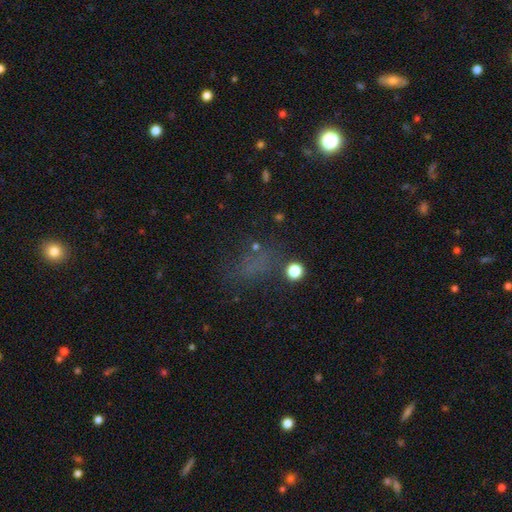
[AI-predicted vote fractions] Smooth or featured?
  - smooth: 45% *
  - star or artifact: 41%
  - featured or disk: 14%
Merging?
  - none: 59% *
  - major disturbance: 17%
  - minor disturbance: 17%
  - merger: 6%